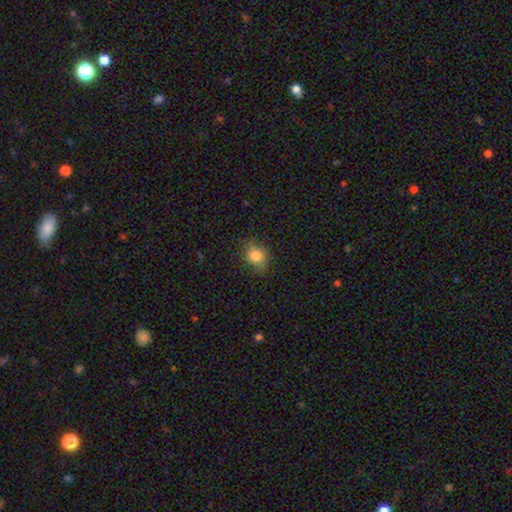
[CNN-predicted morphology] A smooth galaxy with no disk features (82%) that is round (53%).

Vote fractions:
- Smooth or featured? smooth: 82% / star or artifact: 11% / featured or disk: 7%
- How rounded? round: 53% / in between: 46% / cigar-shaped: 1%
- Merging? none: 77% / minor disturbance: 18% / major disturbance: 4% / merger: 1%